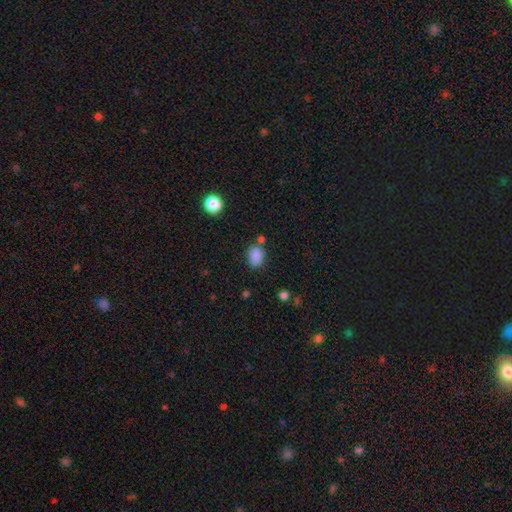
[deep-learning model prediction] Smooth or featured?
  - smooth: 85% *
  - star or artifact: 10%
  - featured or disk: 4%
How rounded?
  - in between: 80% *
  - round: 19%
  - cigar-shaped: 2%
Merging?
  - none: 69% *
  - minor disturbance: 18%
  - merger: 9%
  - major disturbance: 5%